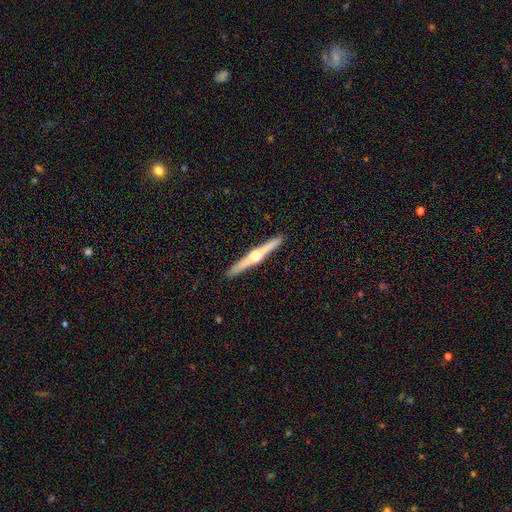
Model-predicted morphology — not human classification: Q: Smooth or featured?
A: featured or disk (76%); runner-up: smooth (19%)
Q: Edge-on disk?
A: yes (98%); runner-up: no (2%)
Q: Edge-on bulge?
A: rounded (93%); runner-up: boxy (4%)
Q: Merging?
A: none (92%); runner-up: minor disturbance (5%)